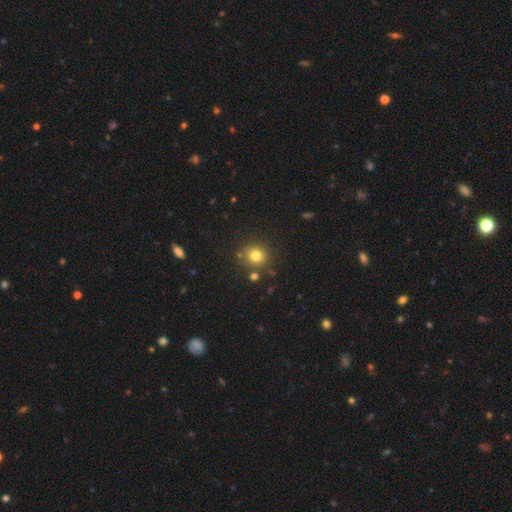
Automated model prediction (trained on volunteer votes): smooth-or-featured: smooth: 77% | star or artifact: 15% | featured or disk: 8%
  how-rounded: round: 90% | in between: 9% | cigar-shaped: 1%
  merging: none: 83% | minor disturbance: 8% | merger: 6% | major disturbance: 3%